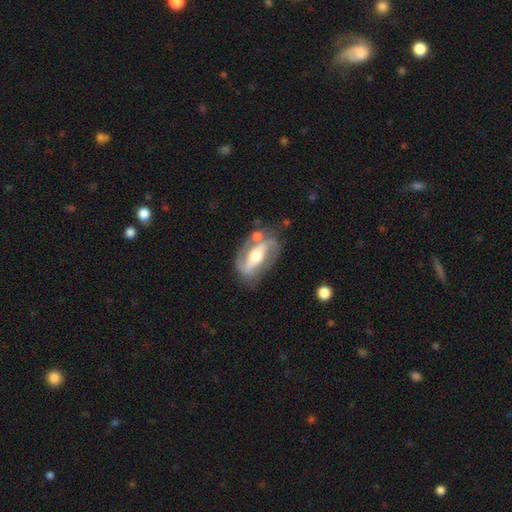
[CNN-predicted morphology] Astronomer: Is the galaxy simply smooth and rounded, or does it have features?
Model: featured or disk — 79%.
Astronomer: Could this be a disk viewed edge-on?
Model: no — 88%.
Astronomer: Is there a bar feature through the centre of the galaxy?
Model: strong — 58%.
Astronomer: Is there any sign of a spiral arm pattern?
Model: yes — 78%.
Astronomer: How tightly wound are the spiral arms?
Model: medium — 44% (runner-up: loose, 31%).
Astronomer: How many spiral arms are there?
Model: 2 — 86%.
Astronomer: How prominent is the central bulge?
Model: moderate — 67%.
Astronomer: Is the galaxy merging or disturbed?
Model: none — 66%.